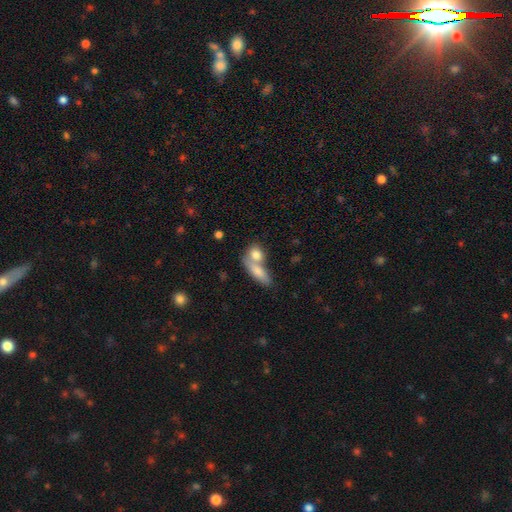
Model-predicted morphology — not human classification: The model was most divided on "merging": merger: 52%, none: 35%, minor disturbance: 8%, major disturbance: 4%. More confident: smooth or featured — smooth (80%); how rounded — in between (56%).